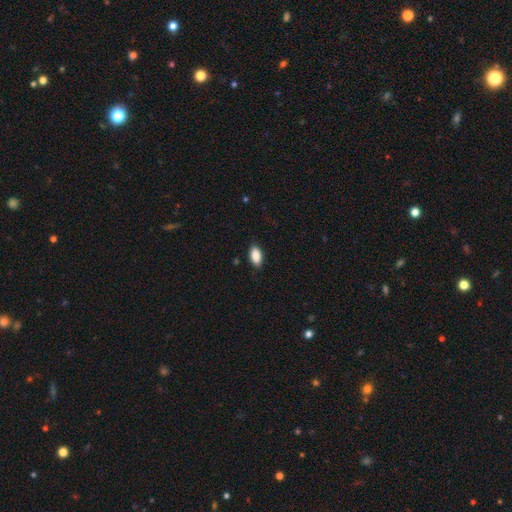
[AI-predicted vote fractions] smooth_or_featured: smooth (p=0.89) [alt: star or artifact p=0.07]
how_rounded: in between (p=0.92) [alt: cigar-shaped p=0.04]
merging: none (p=0.88) [alt: minor disturbance p=0.09]